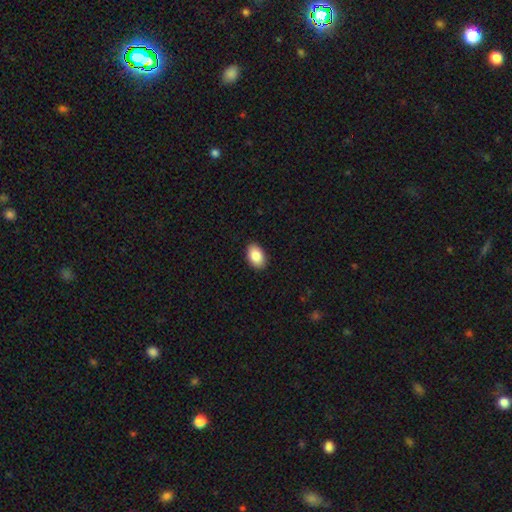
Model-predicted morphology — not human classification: Smooth or featured: smooth — 86% (star or artifact — 7%)
How rounded: in between — 91% (round — 8%)
Merging: none — 90% (minor disturbance — 7%)